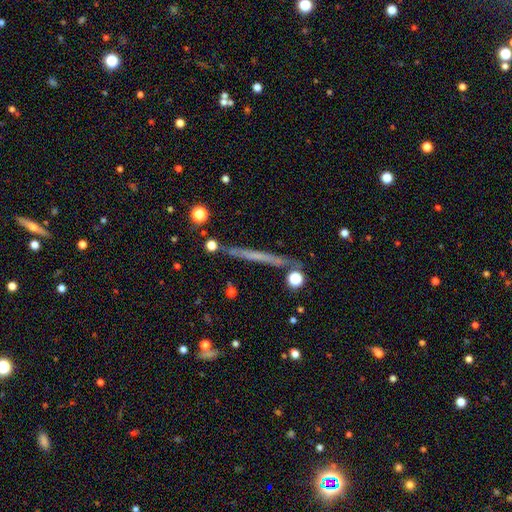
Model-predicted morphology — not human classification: Smooth or featured? featured or disk (49%)
Merging? none (86%)